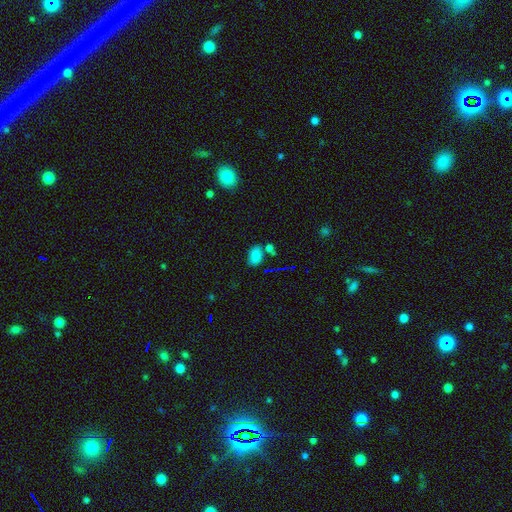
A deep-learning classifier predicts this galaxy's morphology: Smooth or featured? Predicted: smooth (p=0.79). How rounded? Predicted: in between (p=0.86). Merging? Predicted: none (p=0.59).